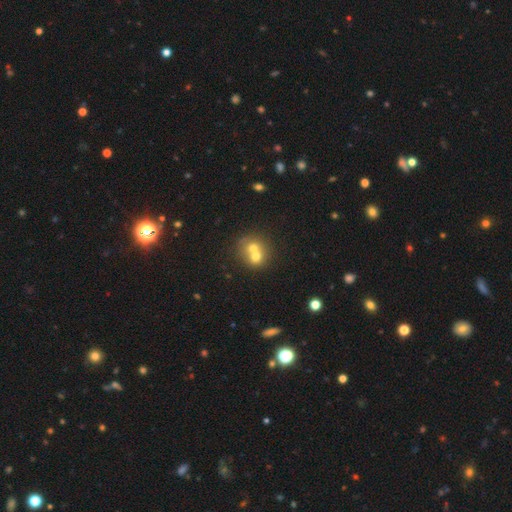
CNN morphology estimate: Smooth or featured? smooth (64%)
How rounded? round (76%)
Merging? merger (66%)